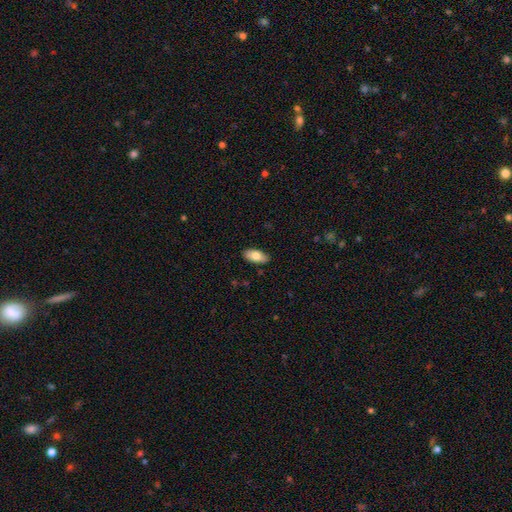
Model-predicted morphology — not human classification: Overall: smooth (77%). How rounded: in between (91%). Merging: none (87%).